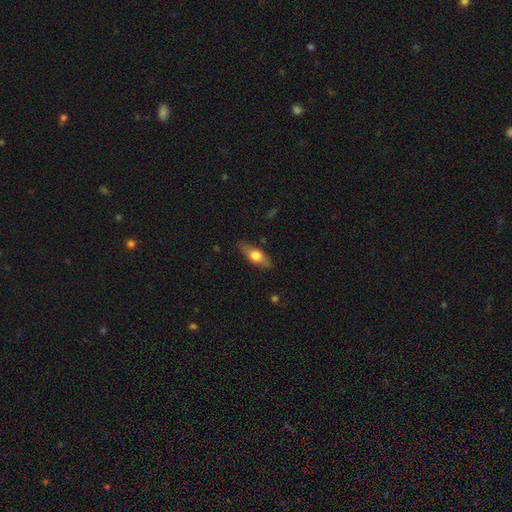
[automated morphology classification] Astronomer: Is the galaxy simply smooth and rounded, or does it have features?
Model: smooth — 57% (runner-up: featured or disk, 36%).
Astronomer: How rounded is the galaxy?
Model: in between — 64%.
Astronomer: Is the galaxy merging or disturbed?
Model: none — 81%.